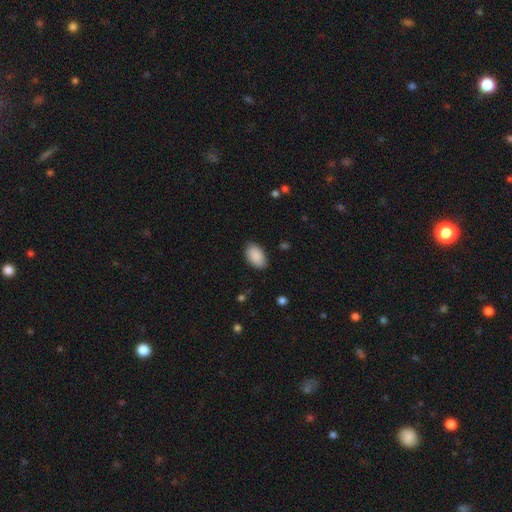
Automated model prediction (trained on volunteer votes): Morphology: type=smooth (89%); roundness=in between (93%); merging=none (84%).